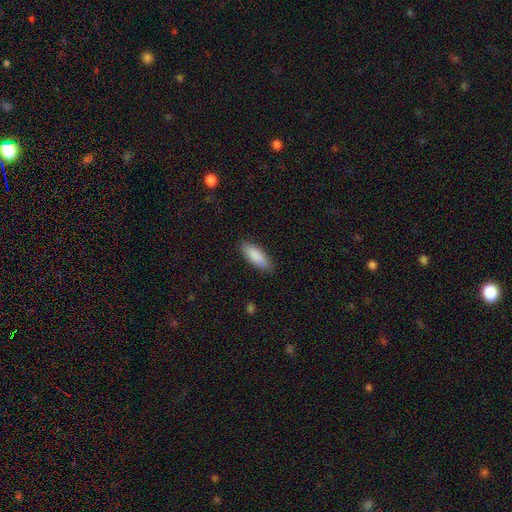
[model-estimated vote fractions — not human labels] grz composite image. It shows a smooth galaxy with no disk features (88%) that is in between round and cigar-shaped (65%). Merging: none (85%).